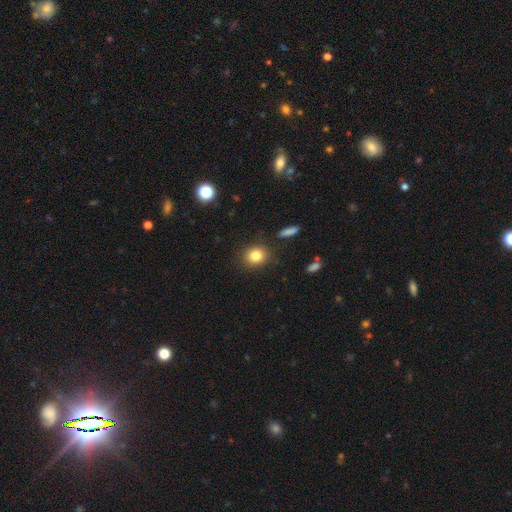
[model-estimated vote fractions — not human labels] Smooth or featured? Predicted: smooth (p=0.83). How rounded? Predicted: round (p=0.70). Merging? Predicted: none (p=0.87).